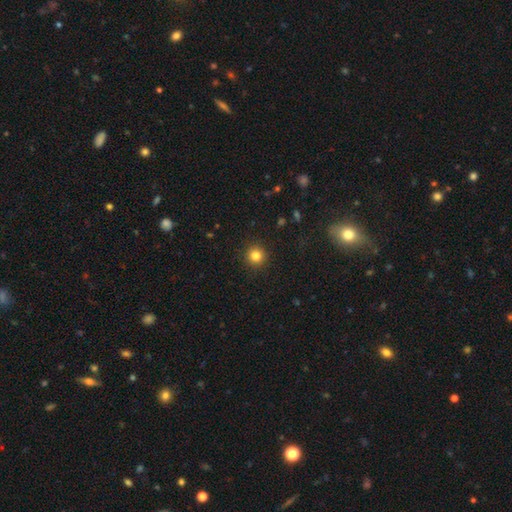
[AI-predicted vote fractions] smooth-or-featured: smooth: 82% | star or artifact: 13% | featured or disk: 5%
  how-rounded: round: 95% | in between: 4% | cigar-shaped: 1%
  merging: none: 92% | minor disturbance: 5% | major disturbance: 2% | merger: 1%